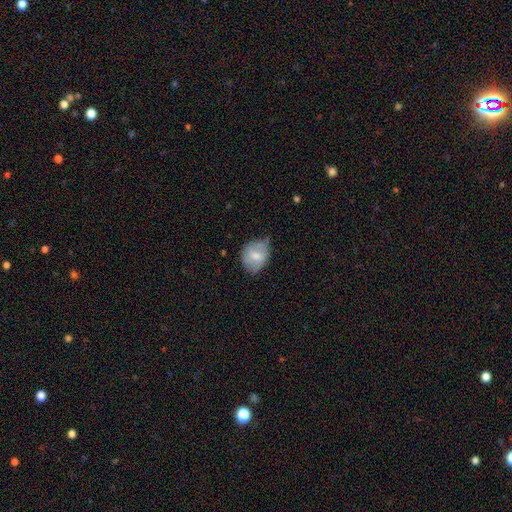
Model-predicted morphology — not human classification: Smooth or featured? smooth (68%)
How rounded? round (52%)
Merging? none (52%)